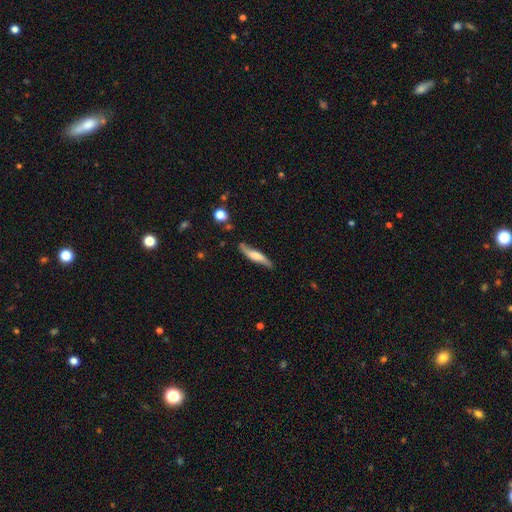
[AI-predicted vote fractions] Smooth or featured? featured or disk (58%)
Edge-on disk? yes (52%)
Merging? none (75%)